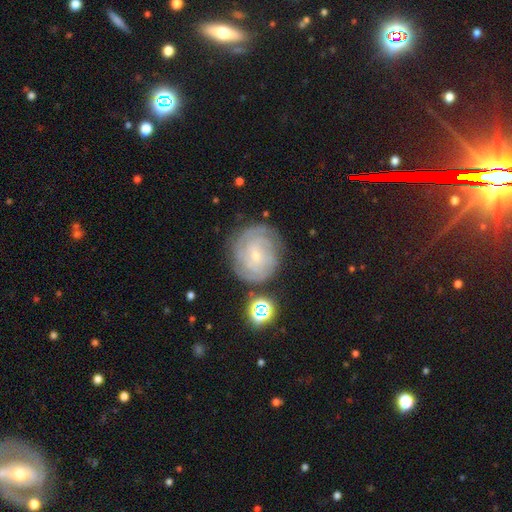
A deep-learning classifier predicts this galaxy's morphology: A featured or disk galaxy (77%) with no bar (67%), tight (78%) spiral arms (93%) and a small central bulge (83%).

Vote fractions:
- Smooth or featured? featured or disk: 77% / smooth: 15% / star or artifact: 8%
- Edge-on disk? no: 97% / yes: 3%
- Bar? no: 67% / weak: 27% / strong: 6%
- Spiral arms? yes: 93% / no: 7%
- Spiral winding? tight: 78% / medium: 18% / loose: 4%
- Spiral arm count? can't tell: 40% / 3: 18% / 2: 15% / 4: 14% / more than 4: 7% / 1: 6%
- Bulge size? small: 83% / moderate: 13% / none: 2% / large: 1% / dominant: 1%
- Merging? none: 76% / minor disturbance: 14% / major disturbance: 5% / merger: 4%